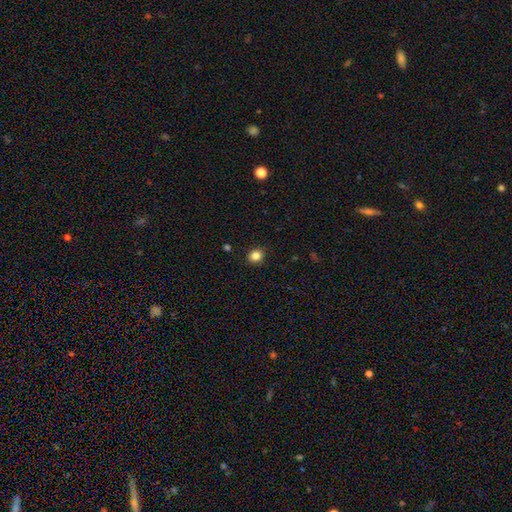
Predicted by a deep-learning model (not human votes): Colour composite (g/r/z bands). It shows a smooth galaxy with no disk features (84%) that is round (70%). Merging: none (90%).